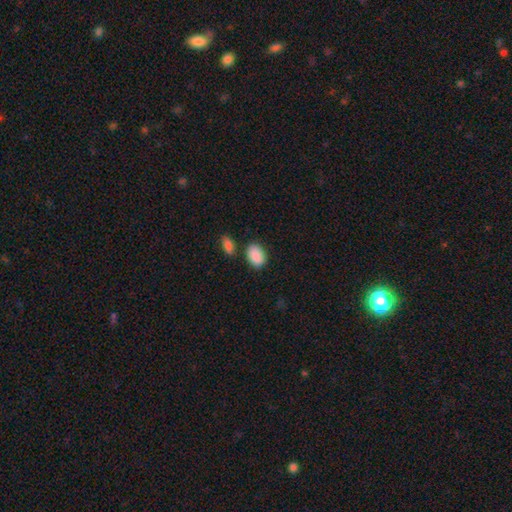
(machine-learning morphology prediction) Smooth or featured?
  - smooth: 89% *
  - star or artifact: 7%
  - featured or disk: 4%
How rounded?
  - in between: 83% *
  - round: 15%
  - cigar-shaped: 1%
Merging?
  - none: 76% *
  - minor disturbance: 13%
  - merger: 7%
  - major disturbance: 3%